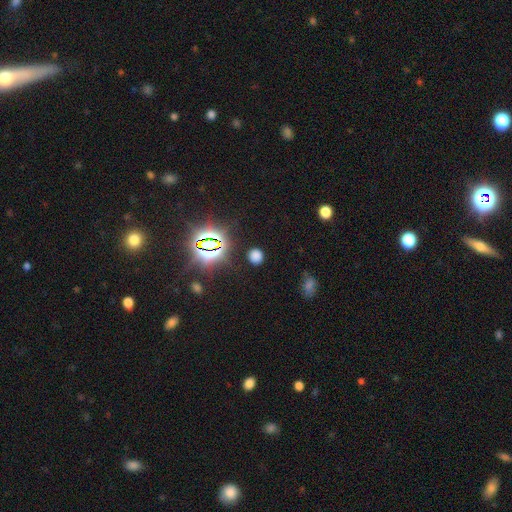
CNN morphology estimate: smooth-or-featured: smooth: 66% | star or artifact: 29% | featured or disk: 6%
  how-rounded: round: 80% | in between: 18% | cigar-shaped: 1%
  merging: none: 86% | minor disturbance: 8% | major disturbance: 4% | merger: 2%